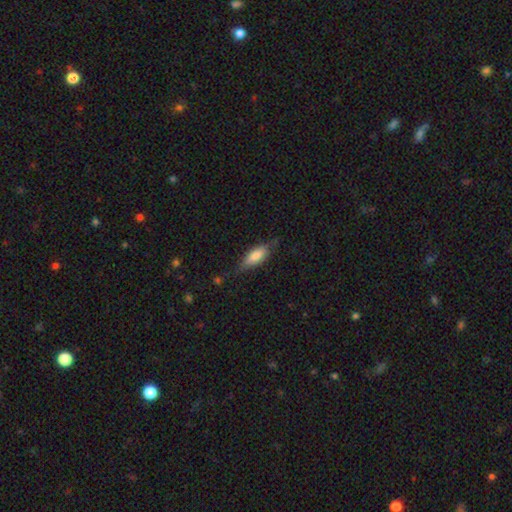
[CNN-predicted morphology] A smooth galaxy with no disk features (73%) that is in between round and cigar-shaped (69%). Merging: none (65%).